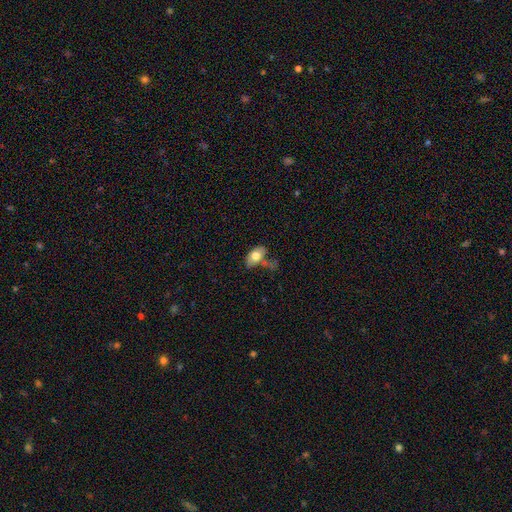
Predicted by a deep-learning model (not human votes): A smooth galaxy with no disk features (70%) that is in between round and cigar-shaped (89%). Merging: none (40%).